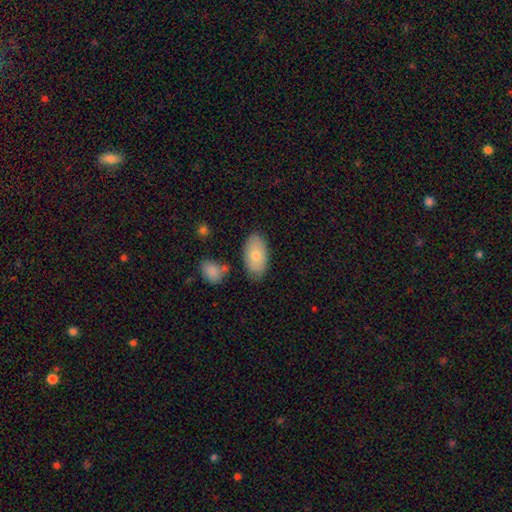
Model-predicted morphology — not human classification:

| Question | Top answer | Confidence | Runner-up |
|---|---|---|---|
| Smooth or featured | smooth | 75% | featured or disk (19%) |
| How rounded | in between | 94% | round (4%) |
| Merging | none | 80% | minor disturbance (13%) |